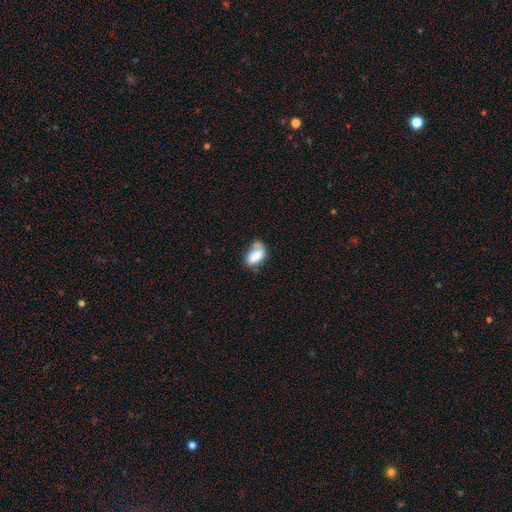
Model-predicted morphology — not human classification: Overall: smooth (80%). How rounded: in between (91%). Merging: none (44%; minor disturbance 31%).